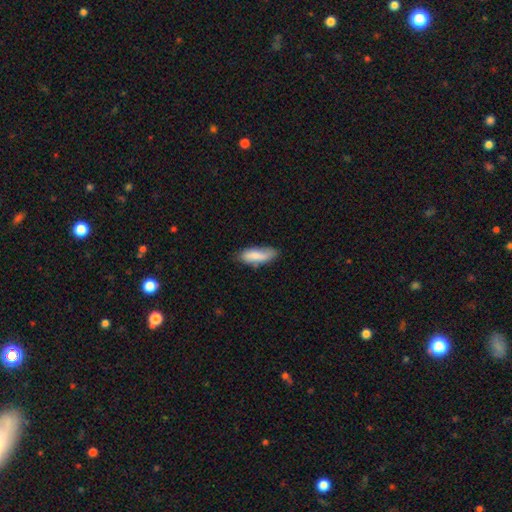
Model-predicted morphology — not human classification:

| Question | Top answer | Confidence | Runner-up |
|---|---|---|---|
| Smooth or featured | smooth | 80% | featured or disk (13%) |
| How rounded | in between | 68% | cigar-shaped (30%) |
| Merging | none | 66% | minor disturbance (26%) |